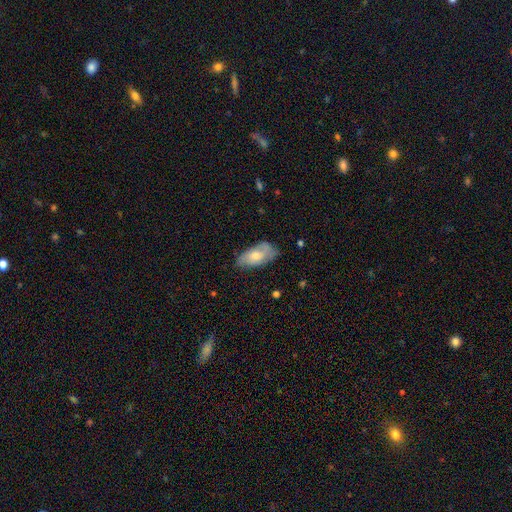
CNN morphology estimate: Q: Smooth or featured?
A: smooth (58%); runner-up: featured or disk (35%)
Q: How rounded?
A: in between (90%); runner-up: cigar-shaped (7%)
Q: Merging?
A: none (62%); runner-up: minor disturbance (29%)